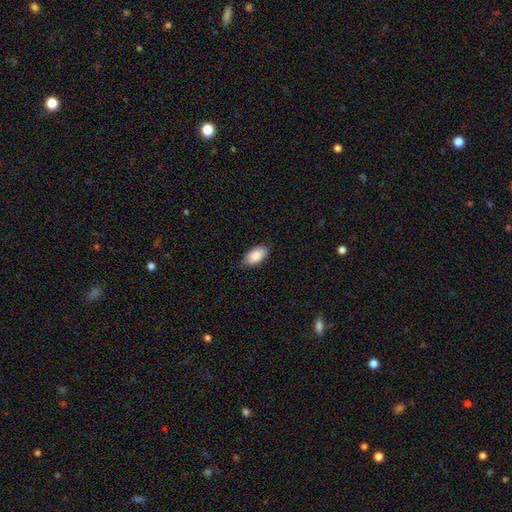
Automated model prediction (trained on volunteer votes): This appears to be a smooth galaxy with no disk features (87%) that is in between round and cigar-shaped (94%). Merging: none (83%).